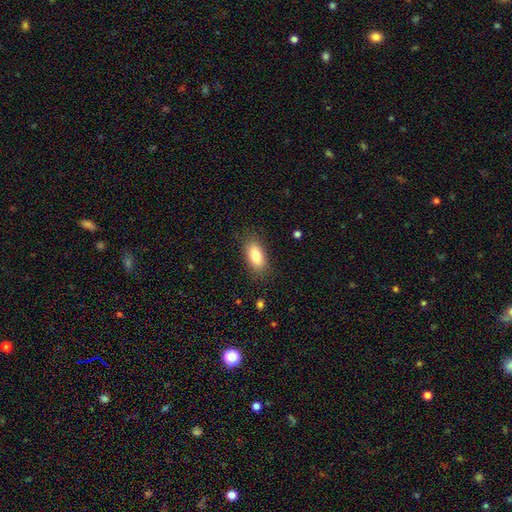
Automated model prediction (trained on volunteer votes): A smooth galaxy with no disk features (83%) that is in between round and cigar-shaped (89%). Merging: none (84%).